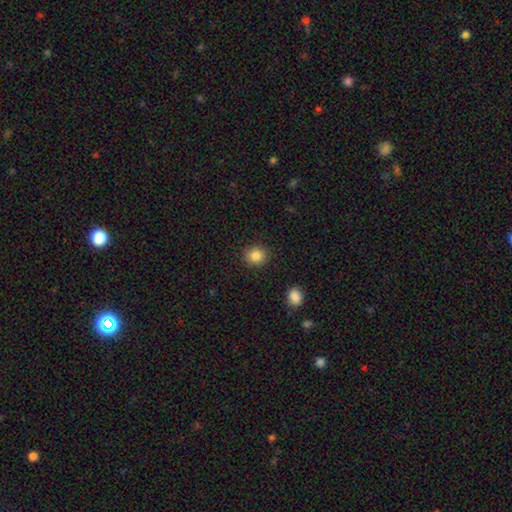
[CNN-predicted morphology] A smooth galaxy with no disk features (86%) that is round (81%). Merging: none (90%).